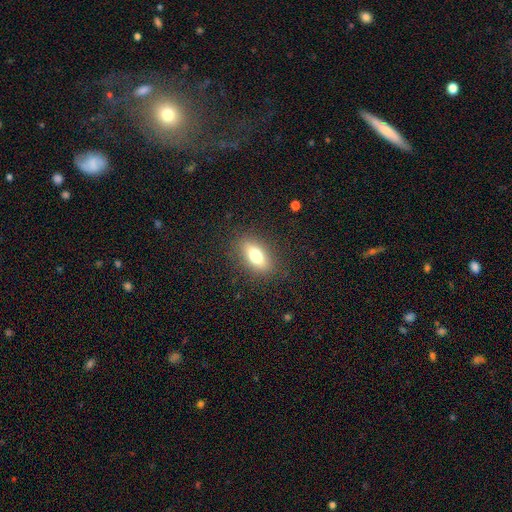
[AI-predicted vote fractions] Smooth or featured? smooth (69%)
How rounded? in between (76%)
Merging? none (85%)